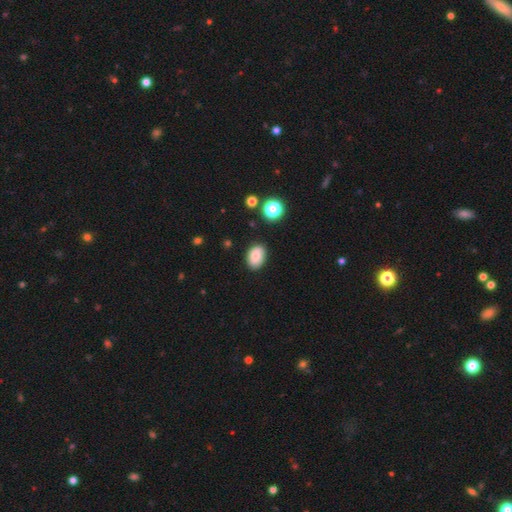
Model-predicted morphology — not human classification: A smooth galaxy with no disk features (83%) that is in between round and cigar-shaped (84%).

Vote fractions:
- Smooth or featured? smooth: 83% / star or artifact: 9% / featured or disk: 7%
- How rounded? in between: 84% / round: 15% / cigar-shaped: 1%
- Merging? none: 80% / minor disturbance: 16% / major disturbance: 3% / merger: 2%